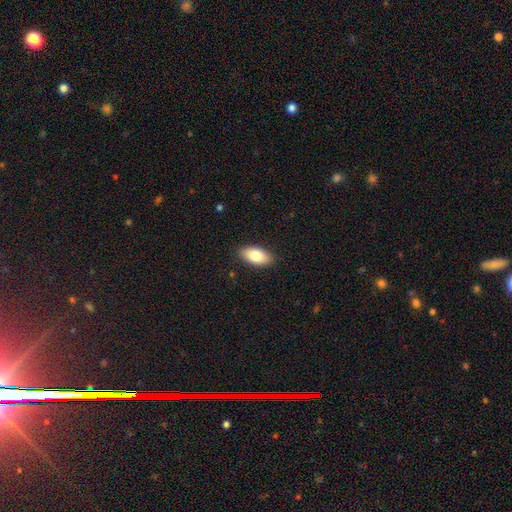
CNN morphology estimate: Smooth or featured? Predicted: smooth (p=0.80). How rounded? Predicted: in between (p=0.92). Merging? Predicted: none (p=0.89).